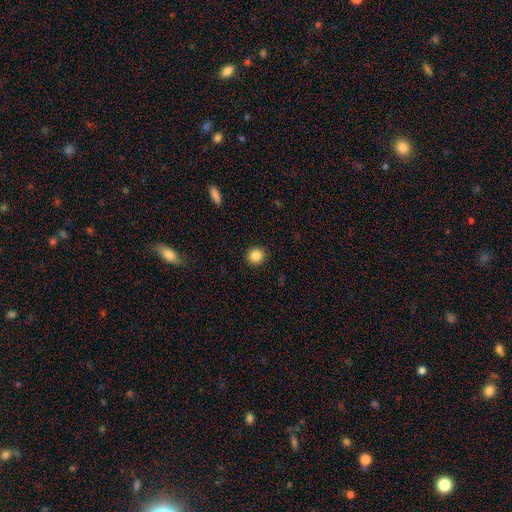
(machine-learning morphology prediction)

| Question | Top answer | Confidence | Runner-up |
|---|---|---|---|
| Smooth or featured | smooth | 86% | star or artifact (10%) |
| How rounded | round | 93% | in between (6%) |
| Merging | none | 91% | minor disturbance (6%) |